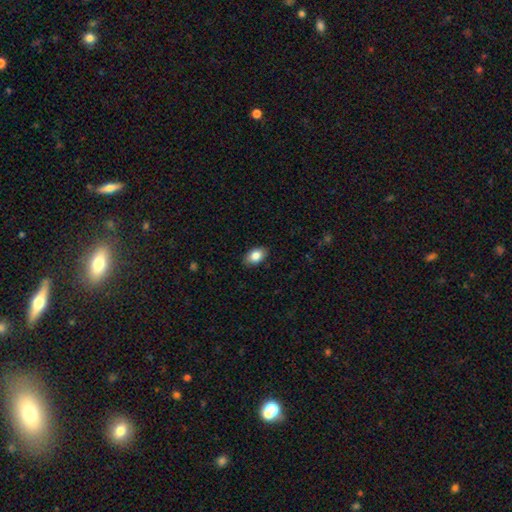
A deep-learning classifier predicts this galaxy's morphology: This appears to be a smooth galaxy with no disk features (84%) that is in between round and cigar-shaped (88%). Merging: none (87%).